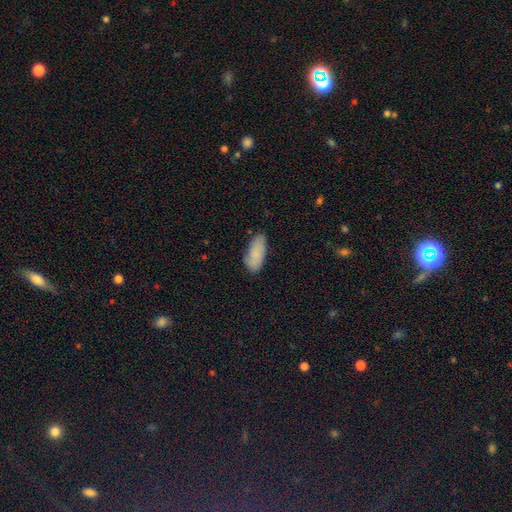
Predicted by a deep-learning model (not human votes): This appears to be a smooth galaxy with no disk features (86%) that is in between round and cigar-shaped (87%). Merging: none (72%).